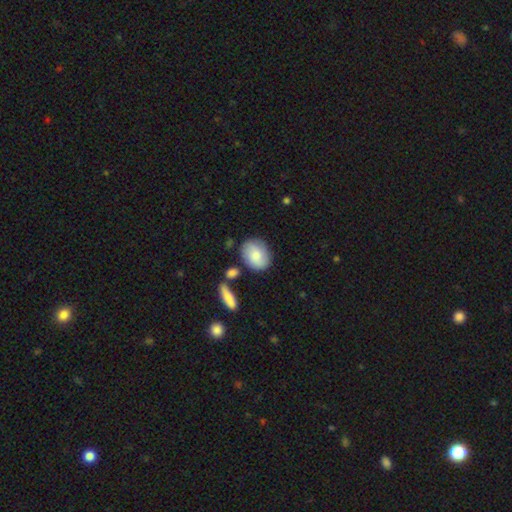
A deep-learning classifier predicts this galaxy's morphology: Smooth or featured? Predicted: smooth (p=0.79). How rounded? Predicted: in between (p=0.60). Merging? Predicted: none (p=0.72).